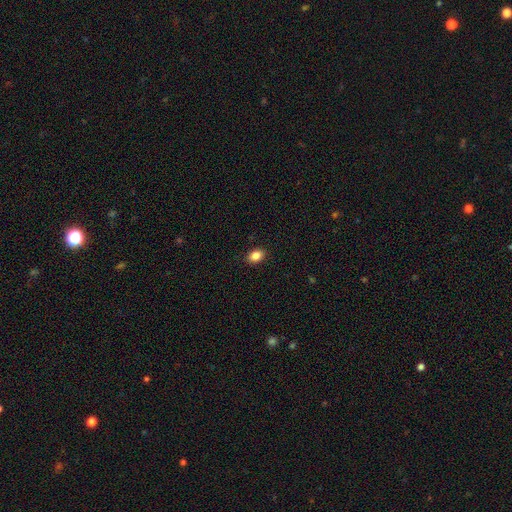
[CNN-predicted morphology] Smooth or featured: smooth — 86% (star or artifact — 9%)
How rounded: in between — 82% (round — 17%)
Merging: none — 89% (minor disturbance — 8%)